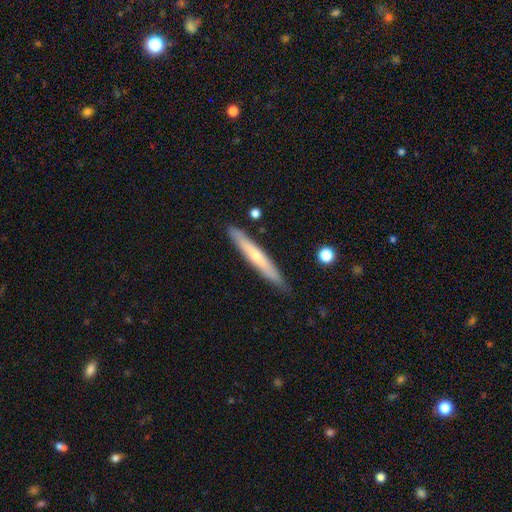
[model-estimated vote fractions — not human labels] Q: Smooth or featured?
A: smooth (50%); runner-up: featured or disk (45%)
Q: Merging?
A: none (86%); runner-up: minor disturbance (10%)